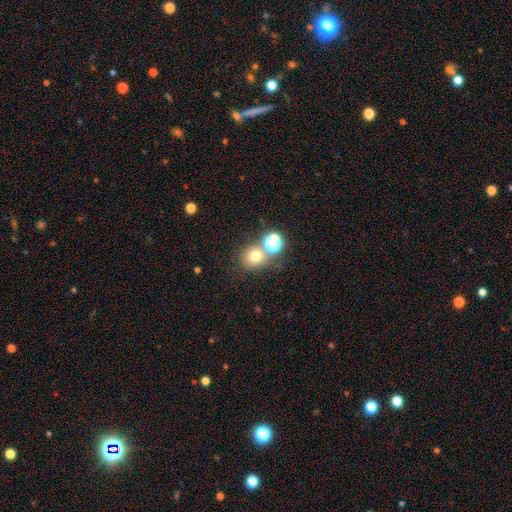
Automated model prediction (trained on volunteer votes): Q: Smooth or featured?
A: smooth (69%); runner-up: star or artifact (20%)
Q: How rounded?
A: round (78%); runner-up: in between (21%)
Q: Merging?
A: none (61%); runner-up: merger (26%)